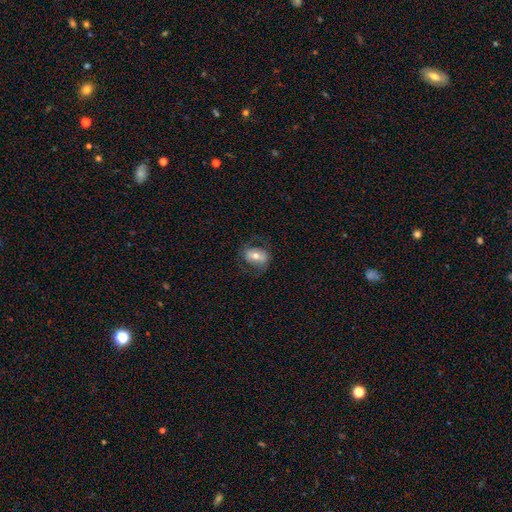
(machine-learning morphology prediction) Smooth or featured: smooth — 53% (featured or disk — 38%)
How rounded: in between — 78% (round — 20%)
Merging: none — 70% (minor disturbance — 18%)